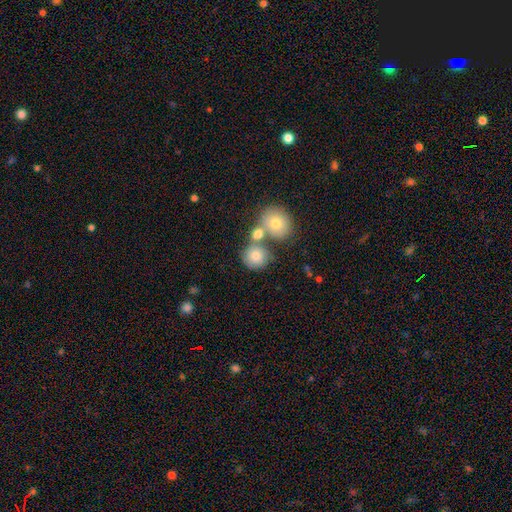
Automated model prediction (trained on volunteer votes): Overall: smooth (77%). How rounded: round (83%). Merging: none (48%; merger 39%).